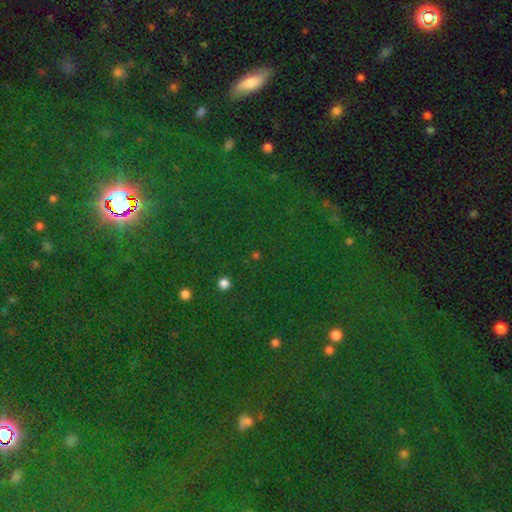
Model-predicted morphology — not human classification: type=star or artifact (68%).